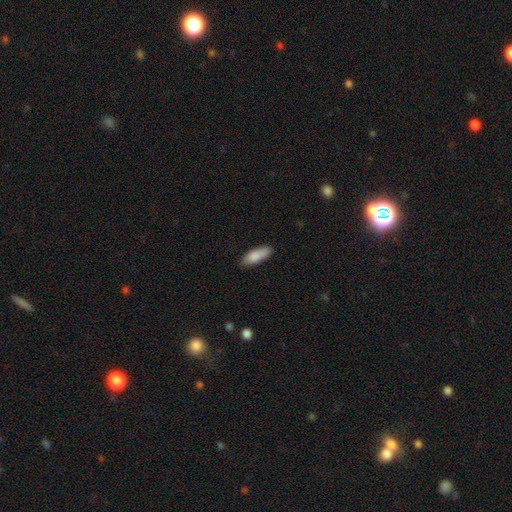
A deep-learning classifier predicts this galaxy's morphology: Q: Smooth or featured?
A: smooth (86%); runner-up: featured or disk (8%)
Q: How rounded?
A: in between (65%); runner-up: cigar-shaped (34%)
Q: Merging?
A: none (81%); runner-up: minor disturbance (15%)